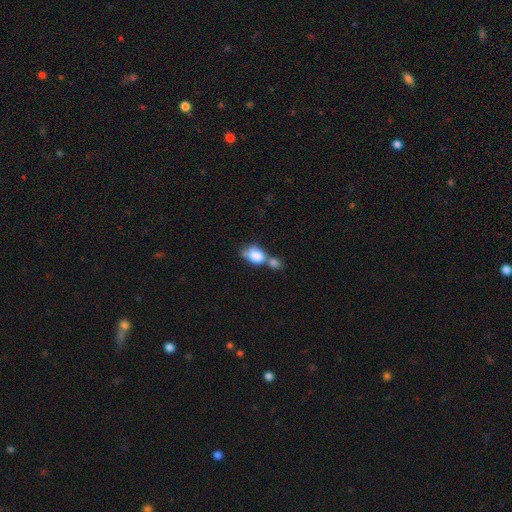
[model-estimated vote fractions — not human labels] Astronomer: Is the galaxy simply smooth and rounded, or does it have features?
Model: smooth — 78%.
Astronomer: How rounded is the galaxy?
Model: in between — 74%.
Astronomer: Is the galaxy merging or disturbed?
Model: merger — 60%.